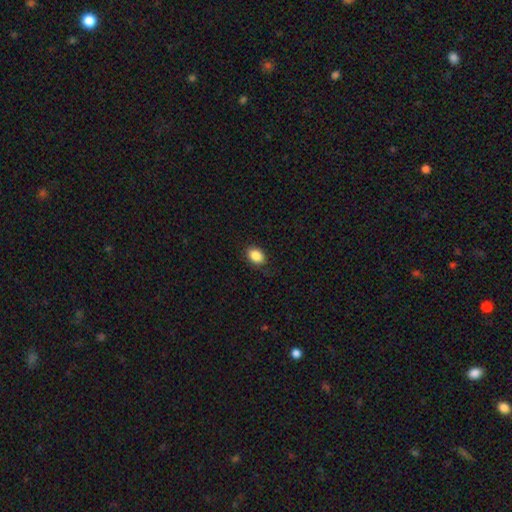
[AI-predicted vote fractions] Overall: smooth (87%). How rounded: in between (79%). Merging: none (85%).